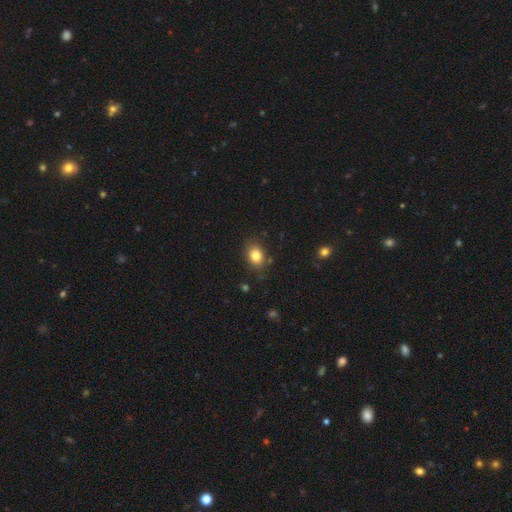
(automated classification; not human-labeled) The model was most divided on "how rounded": in between: 60%, round: 39%, cigar-shaped: 1%. More confident: smooth or featured — smooth (82%); merging — none (82%).